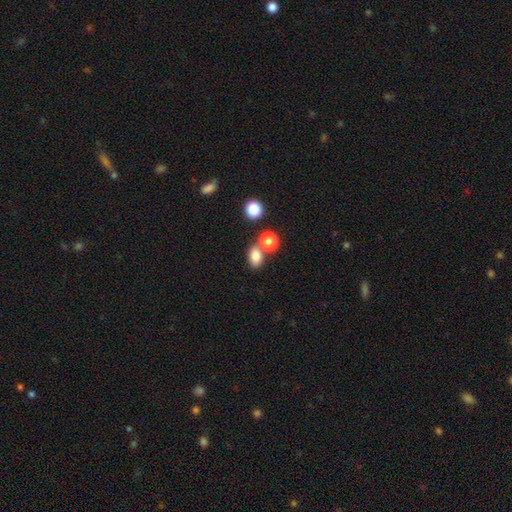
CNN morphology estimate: Q: Smooth or featured?
A: smooth (80%); runner-up: star or artifact (12%)
Q: How rounded?
A: in between (68%); runner-up: round (31%)
Q: Merging?
A: none (61%); runner-up: merger (25%)